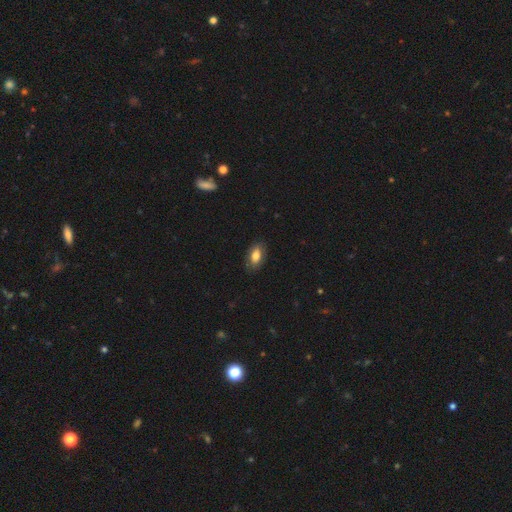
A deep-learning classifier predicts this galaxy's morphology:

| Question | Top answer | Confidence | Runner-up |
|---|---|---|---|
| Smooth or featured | smooth | 82% | featured or disk (11%) |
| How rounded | in between | 91% | round (5%) |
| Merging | none | 85% | minor disturbance (12%) |